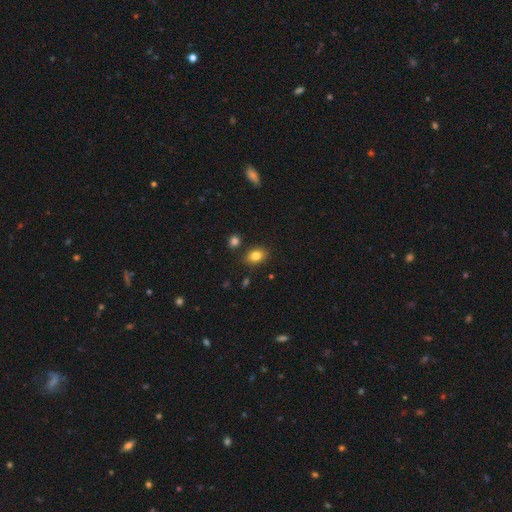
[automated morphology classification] Smooth or featured? smooth (83%)
How rounded? in between (76%)
Merging? none (82%)